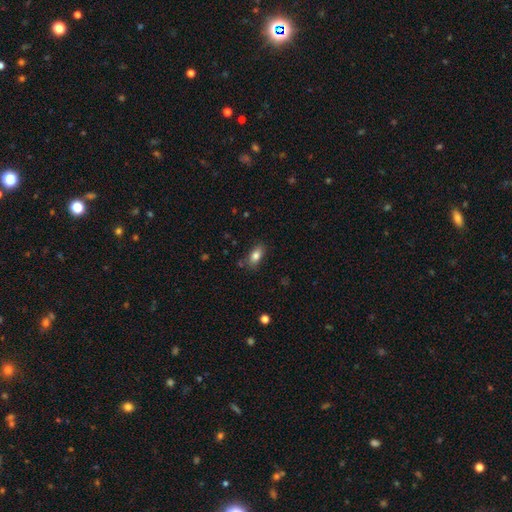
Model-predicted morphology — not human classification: This appears to be a smooth galaxy with no disk features (82%) that is in between round and cigar-shaped (88%). Merging: none (81%).